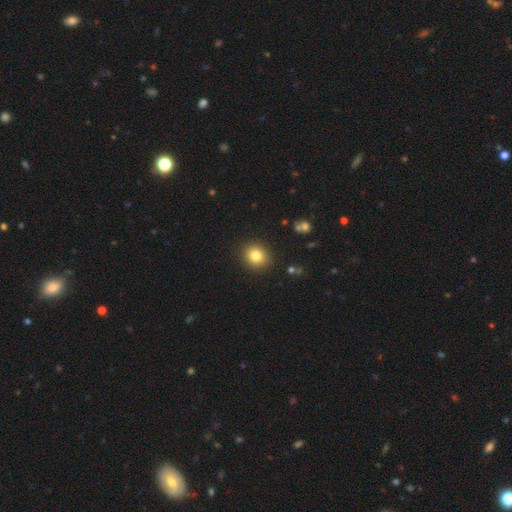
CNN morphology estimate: Q: Smooth or featured?
A: smooth (83%); runner-up: star or artifact (10%)
Q: How rounded?
A: round (77%); runner-up: in between (22%)
Q: Merging?
A: none (90%); runner-up: minor disturbance (7%)